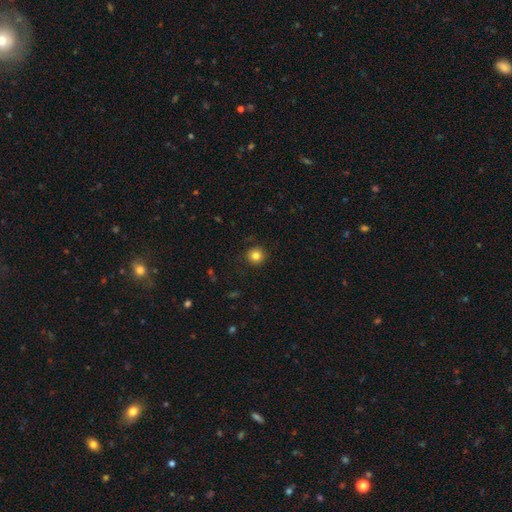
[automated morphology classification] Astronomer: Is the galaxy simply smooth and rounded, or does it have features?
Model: smooth — 83%.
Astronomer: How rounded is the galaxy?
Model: round — 94%.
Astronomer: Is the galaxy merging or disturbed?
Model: none — 90%.